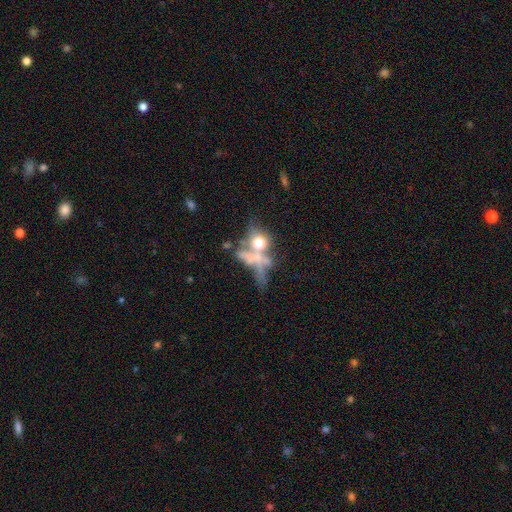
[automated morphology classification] Smooth or featured: smooth — 49% (featured or disk — 35%)
Merging: merger — 41% (major disturbance — 24%)